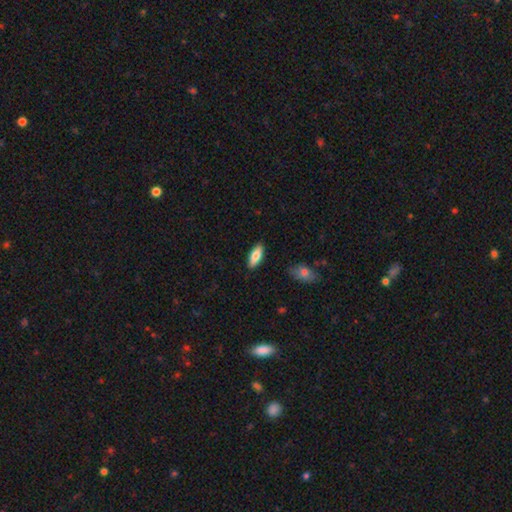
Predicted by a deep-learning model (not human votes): The model was most divided on "how rounded": in between: 77%, cigar-shaped: 21%, round: 2%. More confident: merging — none (88%); smooth or featured — smooth (78%).